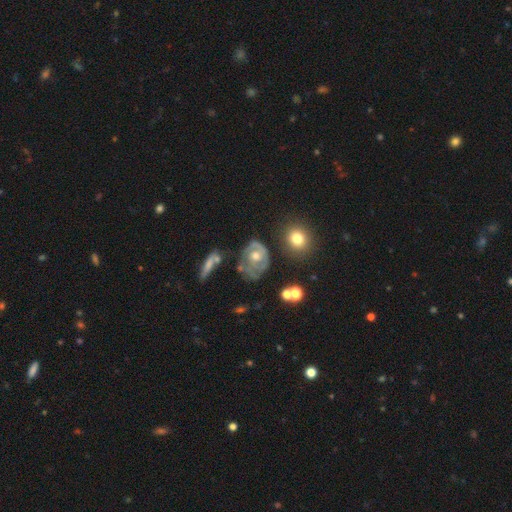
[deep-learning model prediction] Overall: featured or disk (70%). Edge-on disk: no (96%). Bar: no (79%). Spiral arms: yes (73%). Bulge size: moderate (65%; small 27%). Merging: none (39%; minor disturbance 27%).